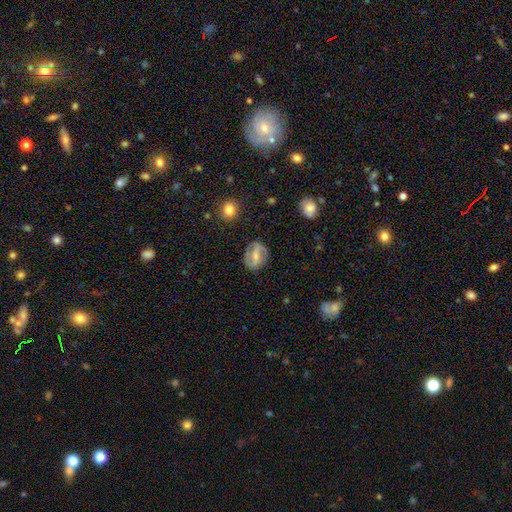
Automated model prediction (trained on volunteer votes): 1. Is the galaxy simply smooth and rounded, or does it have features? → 64% featured or disk, 29% smooth, 7% star or artifact.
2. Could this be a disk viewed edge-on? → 96% no, 4% yes.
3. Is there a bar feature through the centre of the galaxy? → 47% strong, 37% weak, 16% no.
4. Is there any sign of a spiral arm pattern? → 78% yes, 22% no.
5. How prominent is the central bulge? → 44% moderate, 41% small, 10% none, 5% large, 1% dominant.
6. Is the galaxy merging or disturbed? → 78% none, 14% minor disturbance, 5% major disturbance, 2% merger.